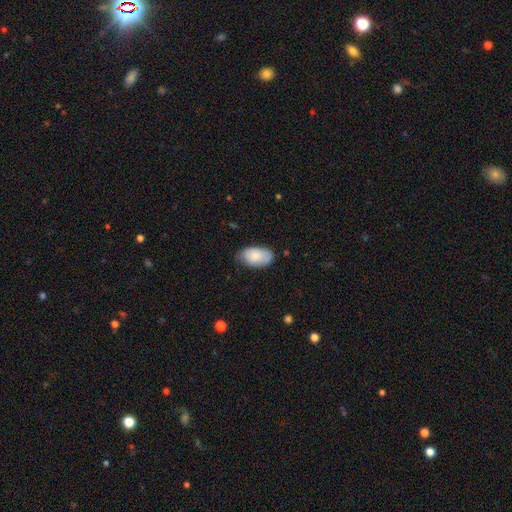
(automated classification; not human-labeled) Smooth or featured: smooth — 77% (featured or disk — 16%)
How rounded: in between — 94% (round — 4%)
Merging: none — 69% (minor disturbance — 26%)